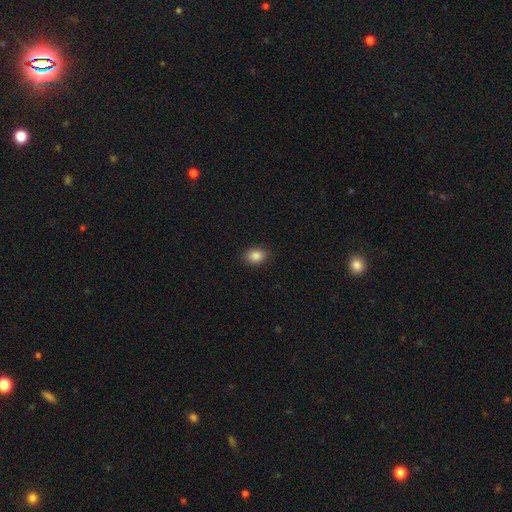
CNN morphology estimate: Q: Smooth or featured?
A: smooth (86%); runner-up: star or artifact (9%)
Q: How rounded?
A: in between (70%); runner-up: round (29%)
Q: Merging?
A: none (88%); runner-up: minor disturbance (9%)